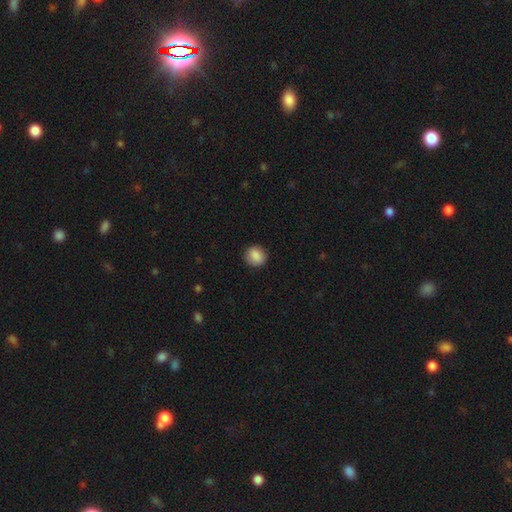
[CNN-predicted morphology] Q: Smooth or featured?
A: smooth (88%); runner-up: star or artifact (8%)
Q: How rounded?
A: round (85%); runner-up: in between (14%)
Q: Merging?
A: none (89%); runner-up: minor disturbance (8%)